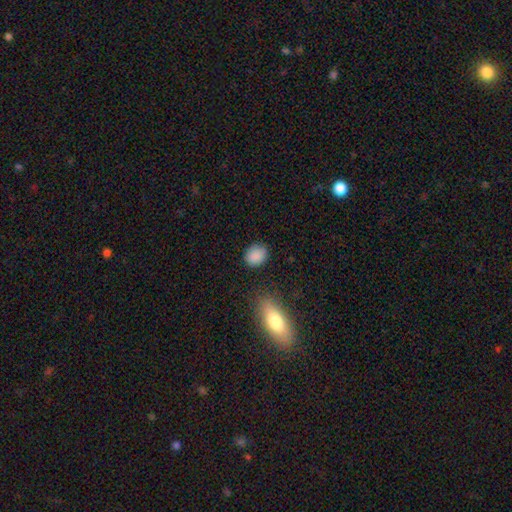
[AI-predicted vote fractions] A smooth galaxy with no disk features (88%) that is round (54%).

Vote fractions:
- Smooth or featured? smooth: 88% / star or artifact: 8% / featured or disk: 4%
- How rounded? round: 54% / in between: 45% / cigar-shaped: 1%
- Merging? none: 82% / minor disturbance: 12% / major disturbance: 3% / merger: 2%